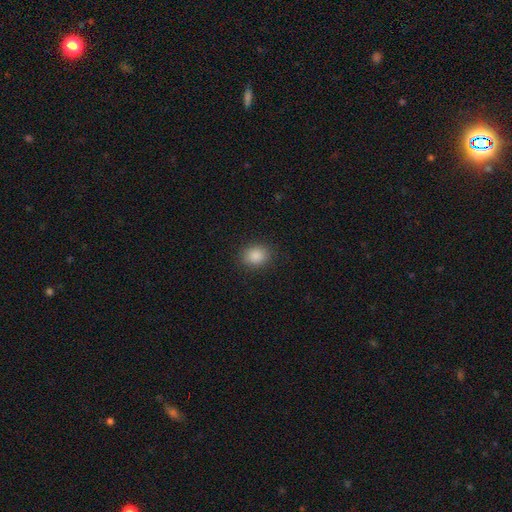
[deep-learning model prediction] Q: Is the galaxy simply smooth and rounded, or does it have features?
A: smooth — 87%.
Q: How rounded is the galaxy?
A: round — 50%.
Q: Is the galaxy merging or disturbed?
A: none — 88%.